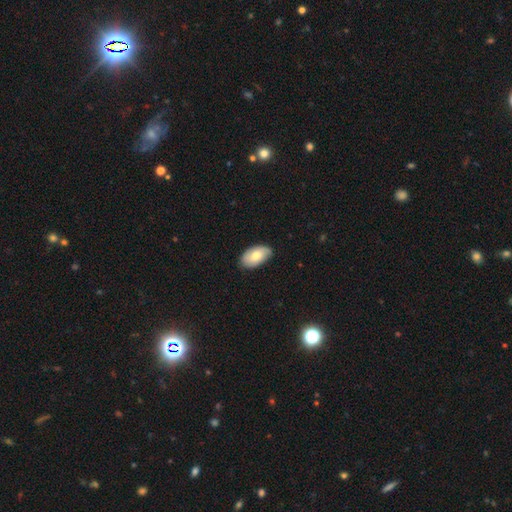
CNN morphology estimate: A smooth galaxy with no disk features (68%) that is in between round and cigar-shaped (95%).

Vote fractions:
- Smooth or featured? smooth: 68% / featured or disk: 26% / star or artifact: 6%
- How rounded? in between: 95% / round: 4% / cigar-shaped: 2%
- Merging? none: 78% / minor disturbance: 18% / major disturbance: 3% / merger: 1%